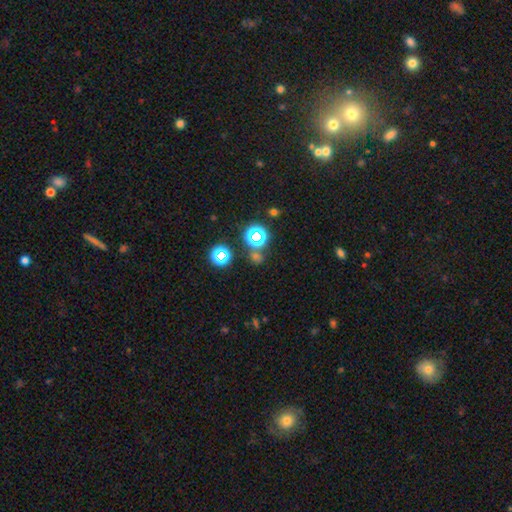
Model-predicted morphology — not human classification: A star or artifact, not a galaxy (48%).

Vote fractions:
- Smooth or featured? star or artifact: 48% / smooth: 45% / featured or disk: 8%